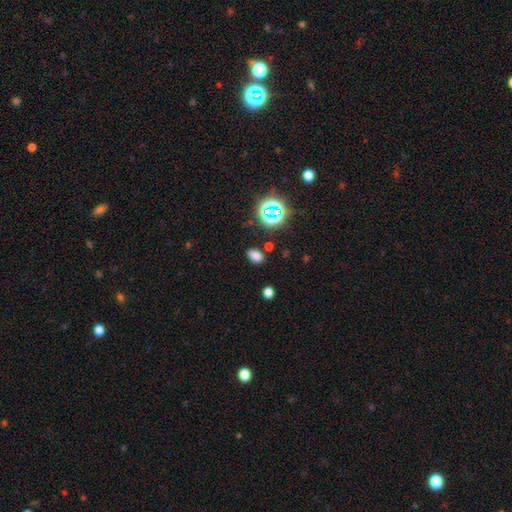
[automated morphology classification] A smooth galaxy with no disk features (71%) that is in between round and cigar-shaped (83%).

Vote fractions:
- Smooth or featured? smooth: 71% / star or artifact: 22% / featured or disk: 7%
- How rounded? in between: 83% / round: 15% / cigar-shaped: 2%
- Merging? none: 80% / minor disturbance: 13% / merger: 4% / major disturbance: 4%